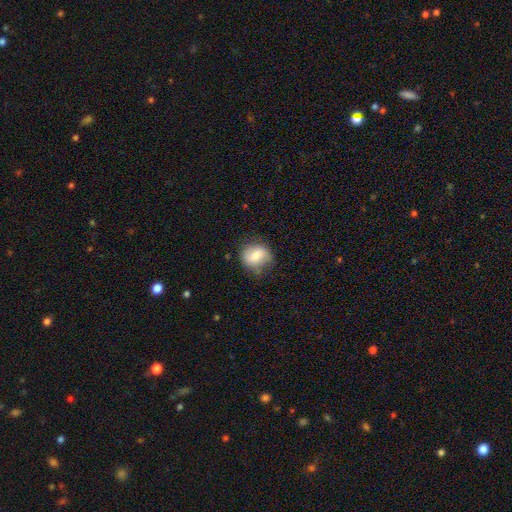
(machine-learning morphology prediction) Smooth or featured? Predicted: smooth (p=0.68). How rounded? Predicted: round (p=0.66). Merging? Predicted: none (p=0.72).